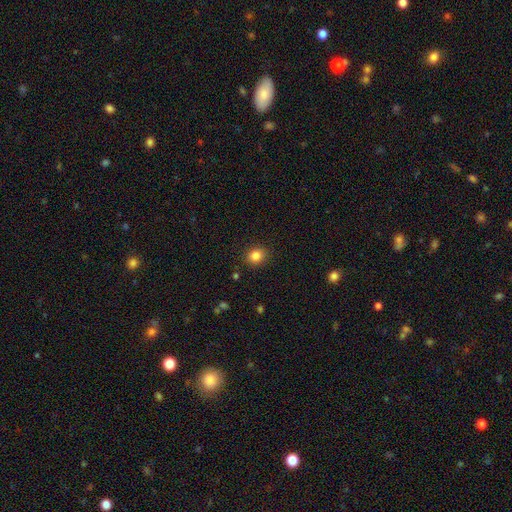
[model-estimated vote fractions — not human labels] smooth 84%, star or artifact 11%, featured or disk 5%. Down the decision tree: how rounded — round (68%); merging — none (88%).